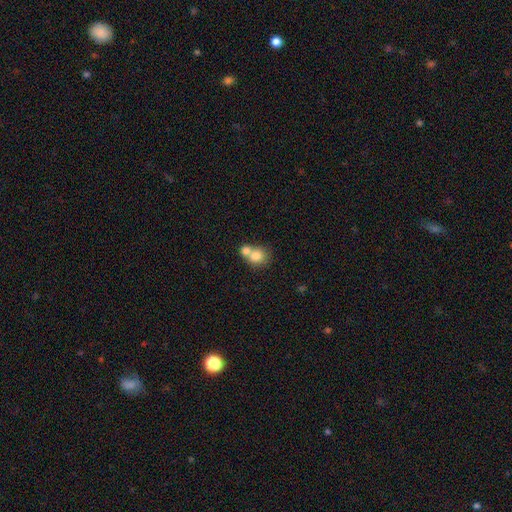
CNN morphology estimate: Smooth or featured?
  - smooth: 77% *
  - featured or disk: 14%
  - star or artifact: 9%
How rounded?
  - round: 77% *
  - in between: 22%
  - cigar-shaped: 1%
Merging?
  - merger: 62% *
  - none: 30%
  - minor disturbance: 6%
  - major disturbance: 3%